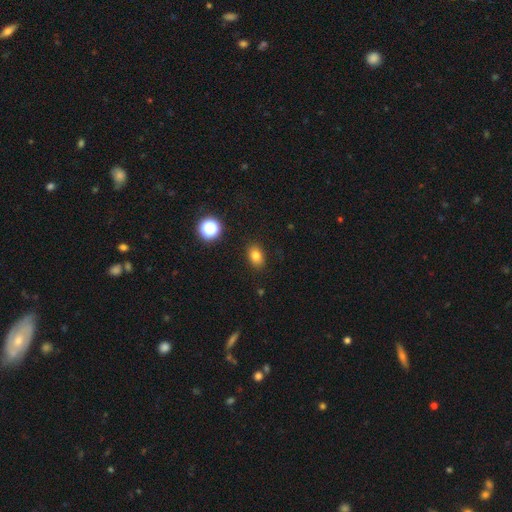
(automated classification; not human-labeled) Morphology: type=smooth (80%); roundness=in between (72%); merging=none (87%).